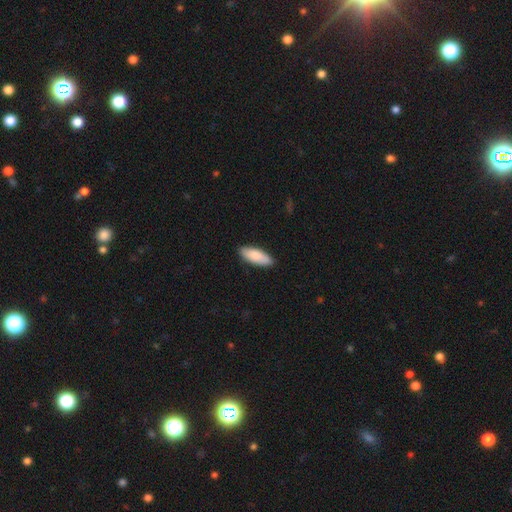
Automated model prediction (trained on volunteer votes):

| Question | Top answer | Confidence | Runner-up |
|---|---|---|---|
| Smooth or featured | smooth | 86% | featured or disk (9%) |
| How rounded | in between | 70% | cigar-shaped (28%) |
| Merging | none | 88% | minor disturbance (9%) |